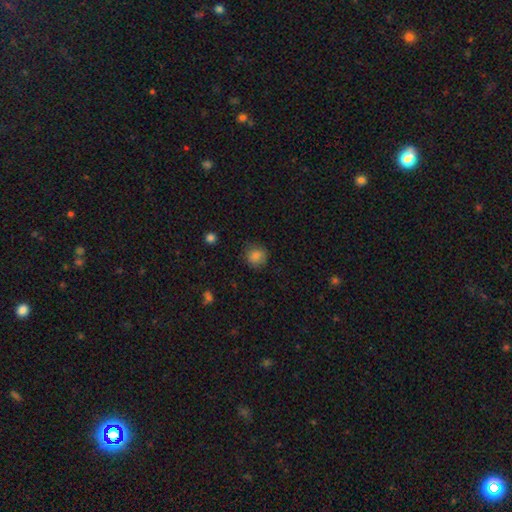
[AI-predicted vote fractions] Smooth or featured? Predicted: smooth (p=0.82). How rounded? Predicted: round (p=0.90). Merging? Predicted: none (p=0.84).